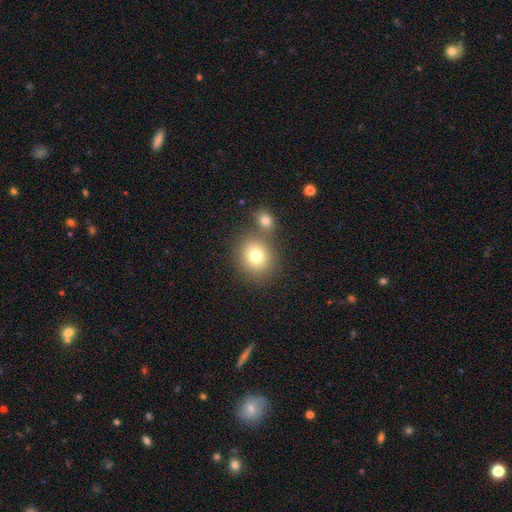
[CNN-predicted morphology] Smooth or featured: smooth — 78% (star or artifact — 11%)
How rounded: round — 79% (in between — 21%)
Merging: none — 63% (merger — 25%)